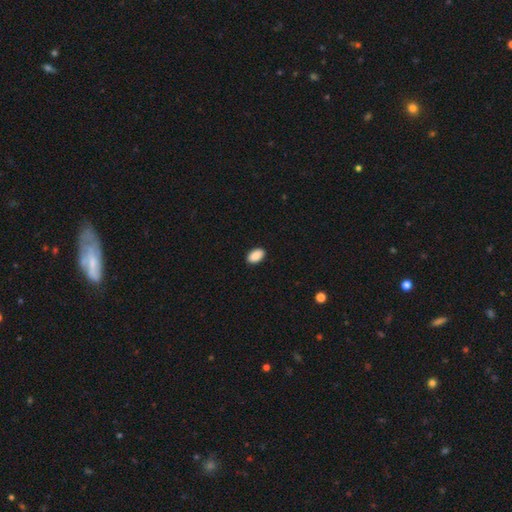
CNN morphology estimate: The model was most divided on "merging": none: 90%, minor disturbance: 7%, major disturbance: 2%, merger: 1%. More confident: how rounded — in between (94%); smooth or featured — smooth (91%).